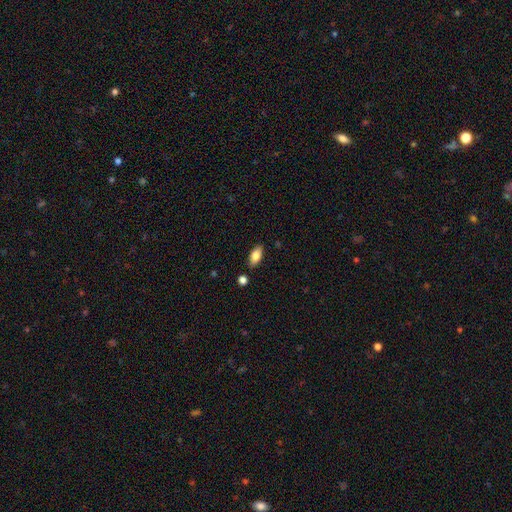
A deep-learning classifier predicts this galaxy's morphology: smooth_or_featured: smooth (p=0.81) [alt: featured or disk p=0.11]
how_rounded: in between (p=0.89) [alt: cigar-shaped p=0.08]
merging: none (p=0.85) [alt: minor disturbance p=0.10]